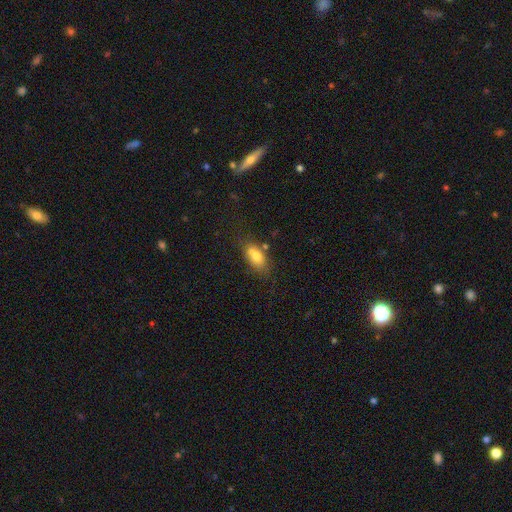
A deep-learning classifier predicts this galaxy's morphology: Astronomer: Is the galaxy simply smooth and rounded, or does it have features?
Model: smooth — 74%.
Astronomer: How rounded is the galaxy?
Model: in between — 84%.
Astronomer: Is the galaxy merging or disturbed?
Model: none — 53%.